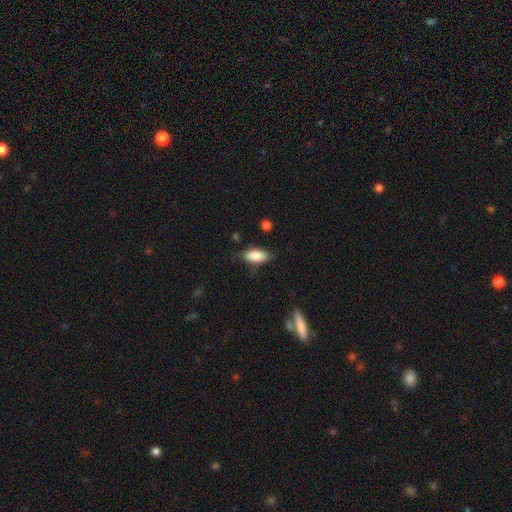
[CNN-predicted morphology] The model was most divided on "merging": none: 71%, minor disturbance: 22%, major disturbance: 5%, merger: 2%. More confident: how rounded — in between (89%); smooth or featured — smooth (85%).